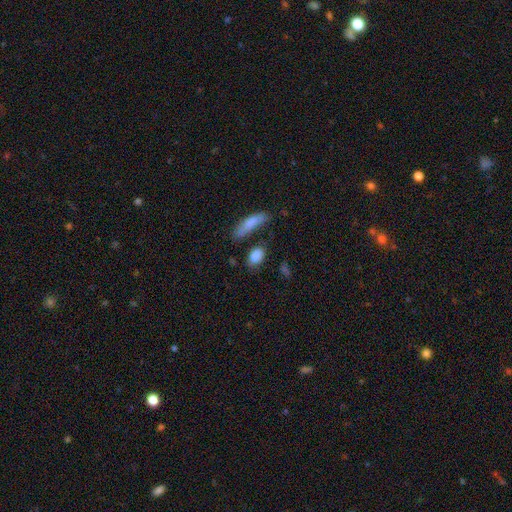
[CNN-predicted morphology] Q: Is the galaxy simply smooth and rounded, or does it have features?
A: smooth — 85%.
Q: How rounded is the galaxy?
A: in between — 80%.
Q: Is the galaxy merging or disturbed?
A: none — 72%.